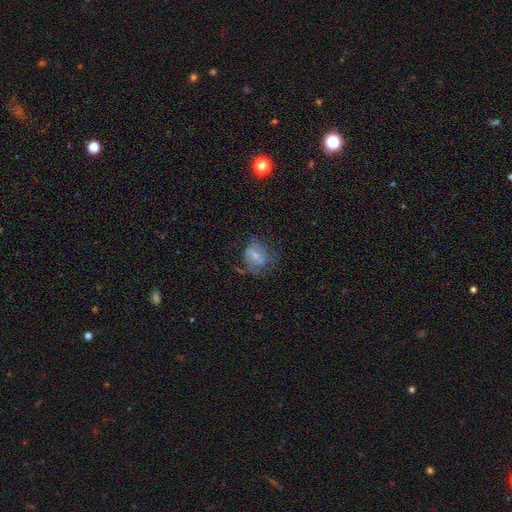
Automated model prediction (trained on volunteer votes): smooth-or-featured: smooth: 46% | featured or disk: 43% | star or artifact: 11%
  merging: none: 43% | major disturbance: 27% | minor disturbance: 26% | merger: 4%